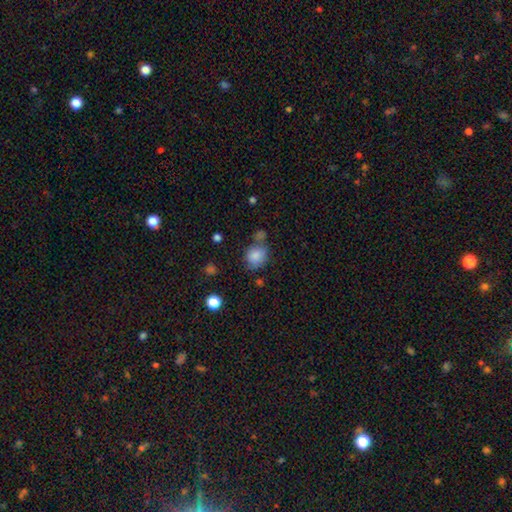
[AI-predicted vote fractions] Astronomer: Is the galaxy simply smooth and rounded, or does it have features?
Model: smooth — 84%.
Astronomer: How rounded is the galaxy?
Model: round — 64%.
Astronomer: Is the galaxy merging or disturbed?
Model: none — 57%.